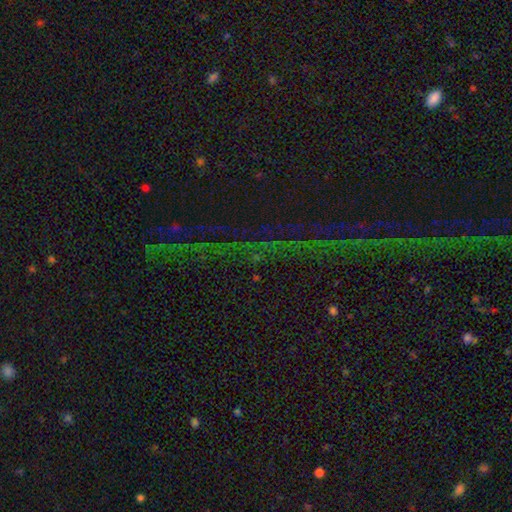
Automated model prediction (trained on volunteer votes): smooth_or_featured: star or artifact (p=0.79) [alt: featured or disk p=0.12]